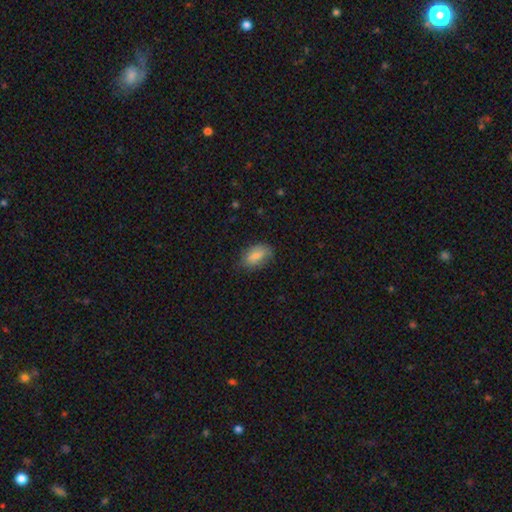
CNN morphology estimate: Smooth or featured?
  - smooth: 84% *
  - featured or disk: 9%
  - star or artifact: 7%
How rounded?
  - in between: 90% *
  - round: 7%
  - cigar-shaped: 2%
Merging?
  - none: 71% *
  - minor disturbance: 22%
  - major disturbance: 6%
  - merger: 1%